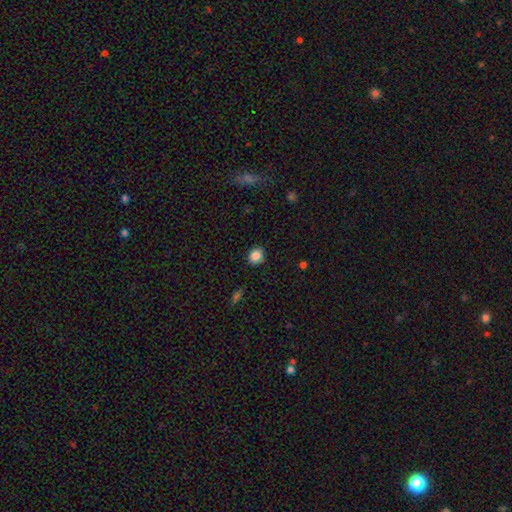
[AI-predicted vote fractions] The model was most divided on "how rounded": round: 80%, in between: 19%, cigar-shaped: 1%. More confident: merging — none (88%); smooth or featured — smooth (85%).